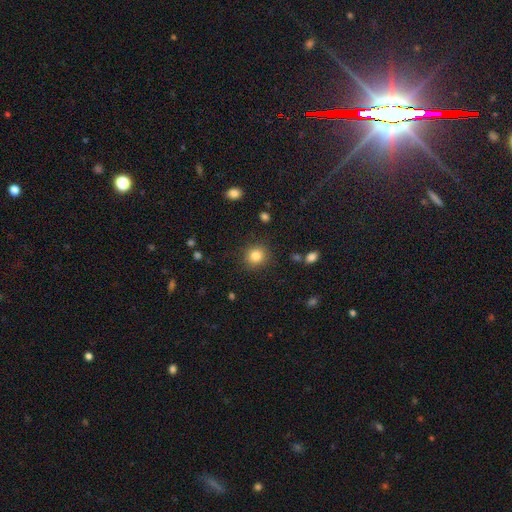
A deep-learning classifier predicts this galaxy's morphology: Smooth or featured? smooth (84%)
How rounded? round (87%)
Merging? none (88%)